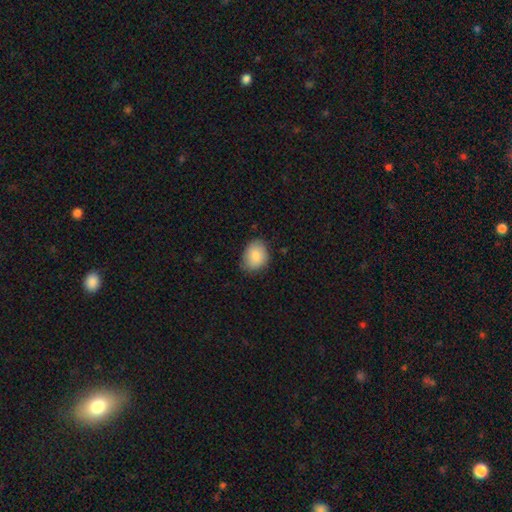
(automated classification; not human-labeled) The model was most divided on "how rounded": in between: 61%, round: 38%, cigar-shaped: 1%. More confident: smooth or featured — smooth (86%); merging — none (73%).